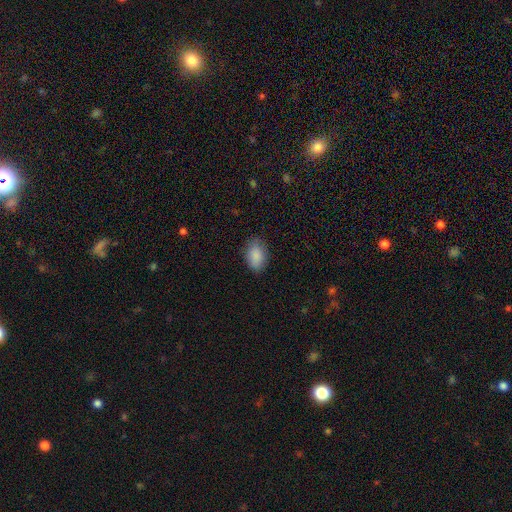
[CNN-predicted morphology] Overall: smooth (88%). How rounded: in between (87%). Merging: none (80%).